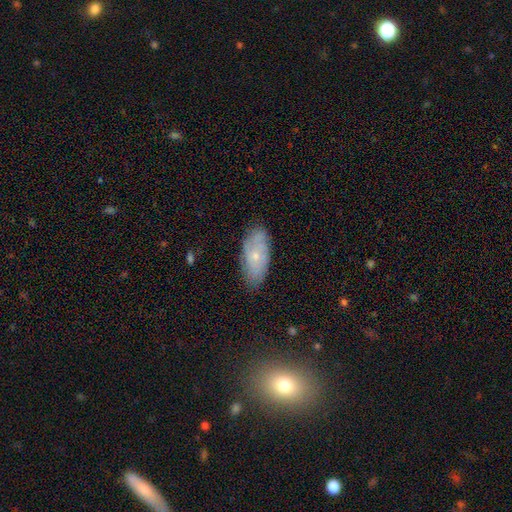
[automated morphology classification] Smooth or featured? Predicted: smooth (p=0.47). Merging? Predicted: none (p=0.77).